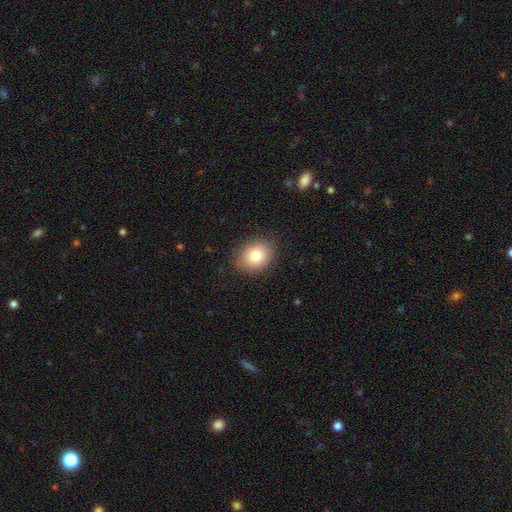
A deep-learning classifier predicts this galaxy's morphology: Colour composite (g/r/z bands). It shows a smooth galaxy with no disk features (81%) that is in between round and cigar-shaped (50%). Merging: none (87%).